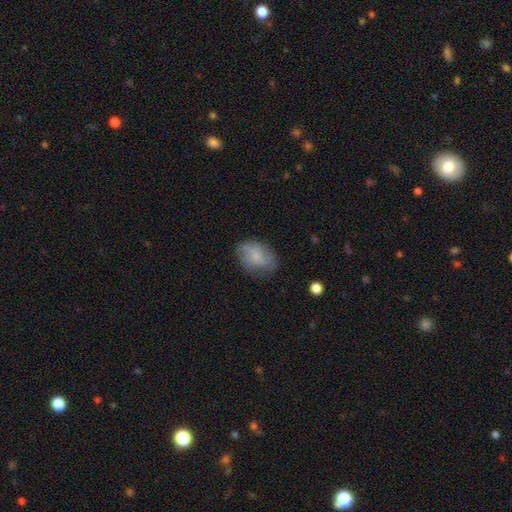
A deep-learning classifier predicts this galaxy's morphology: Smooth or featured: smooth — 65% (featured or disk — 28%)
How rounded: in between — 79% (round — 19%)
Merging: none — 65% (minor disturbance — 25%)